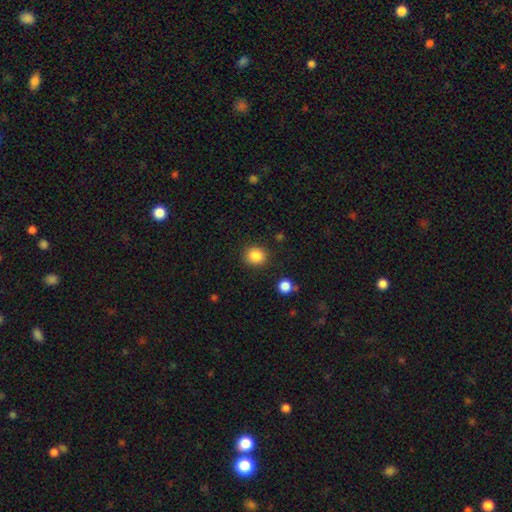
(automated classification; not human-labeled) Smooth or featured? smooth (86%)
How rounded? round (84%)
Merging? none (88%)